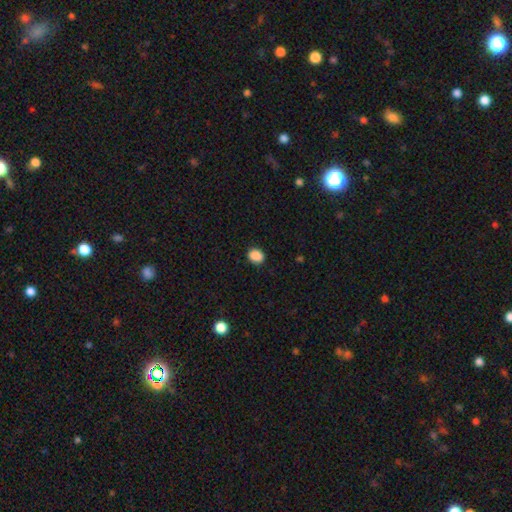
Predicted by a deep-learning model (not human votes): A smooth galaxy with no disk features (89%) that is round (53%).

Vote fractions:
- Smooth or featured? smooth: 89% / star or artifact: 9% / featured or disk: 3%
- How rounded? round: 53% / in between: 46% / cigar-shaped: 1%
- Merging? none: 88% / minor disturbance: 9% / major disturbance: 2% / merger: 1%